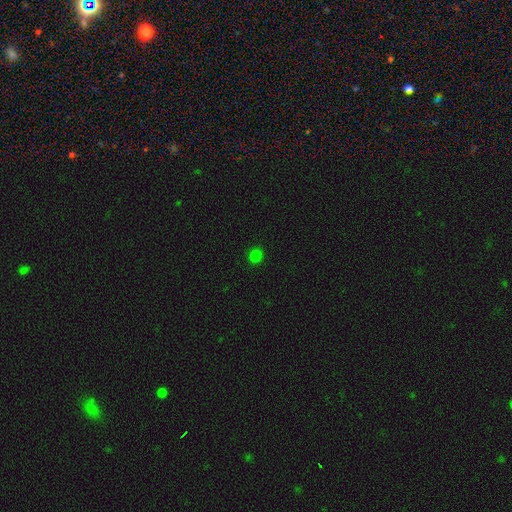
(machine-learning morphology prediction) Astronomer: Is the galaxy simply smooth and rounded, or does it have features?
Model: smooth — 81%.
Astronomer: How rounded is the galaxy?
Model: round — 83%.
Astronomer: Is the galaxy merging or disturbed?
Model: none — 92%.